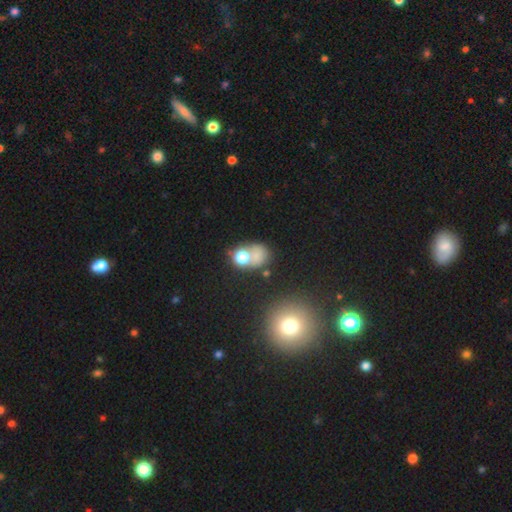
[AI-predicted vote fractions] The model was most divided on "merging": merger: 43%, none: 34%, minor disturbance: 12%, major disturbance: 11%. More confident: smooth or featured — smooth (66%); how rounded — round (60%).